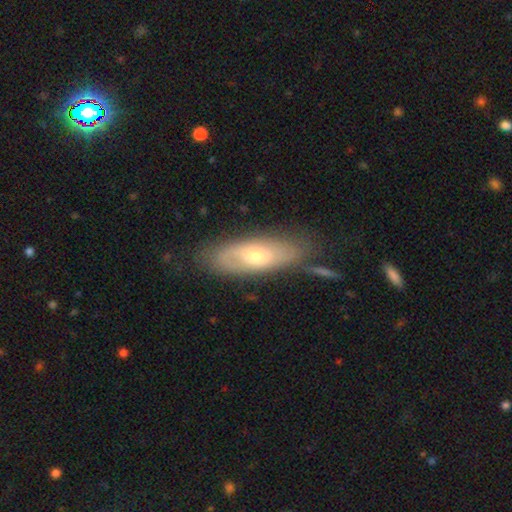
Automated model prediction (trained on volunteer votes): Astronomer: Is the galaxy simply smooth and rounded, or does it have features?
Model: featured or disk — 48% (runner-up: smooth, 45%).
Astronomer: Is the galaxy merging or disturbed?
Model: none — 69%.